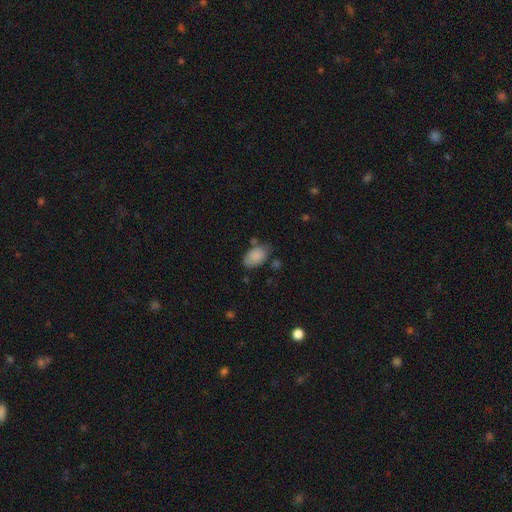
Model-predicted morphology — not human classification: The model was most divided on "merging": none: 63%, minor disturbance: 24%, merger: 6%, major disturbance: 6%. More confident: how rounded — in between (91%); smooth or featured — smooth (86%).